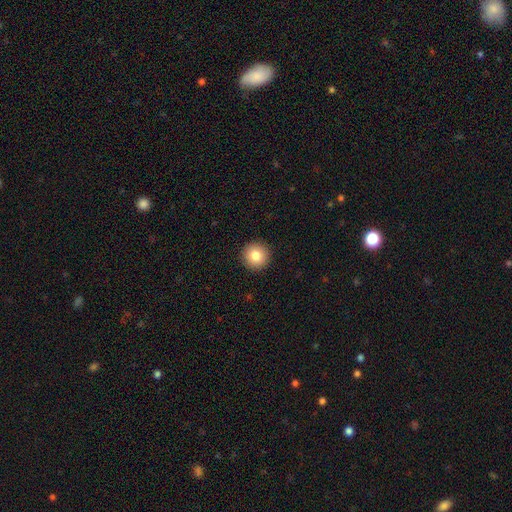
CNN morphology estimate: Smooth or featured?
  - smooth: 82% *
  - star or artifact: 10%
  - featured or disk: 8%
How rounded?
  - round: 96% *
  - in between: 3%
  - cigar-shaped: 1%
Merging?
  - none: 93% *
  - minor disturbance: 4%
  - major disturbance: 2%
  - merger: 1%